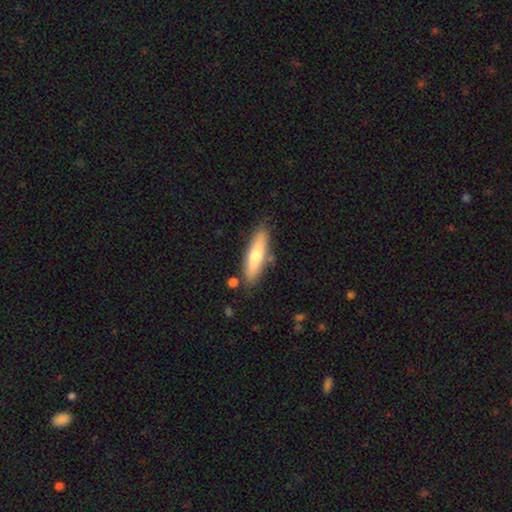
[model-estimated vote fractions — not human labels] Morphology: type=smooth (60%); roundness=cigar-shaped (70%); merging=none (81%).